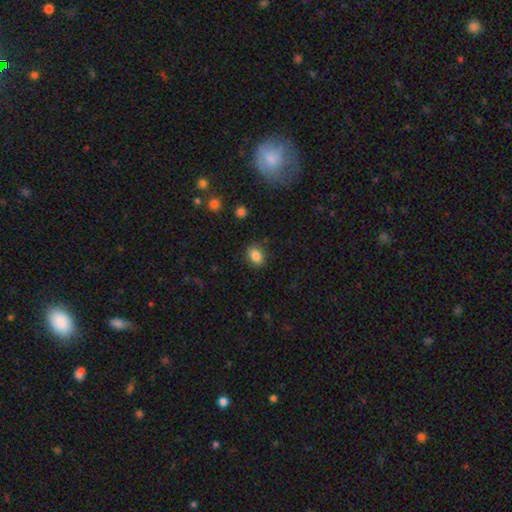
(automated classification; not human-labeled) Morphology: type=smooth (85%); roundness=in between (71%); merging=none (85%).